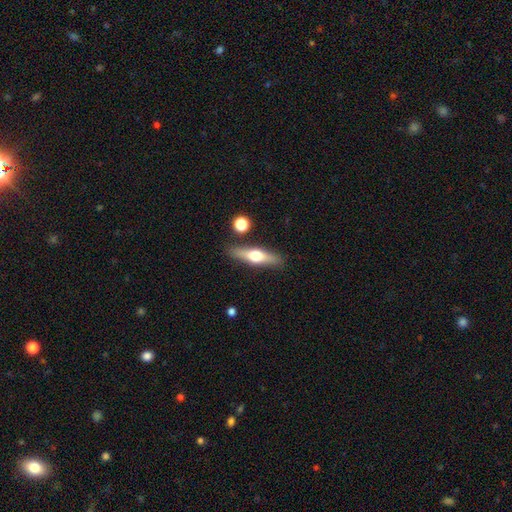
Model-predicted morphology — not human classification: smooth_or_featured: featured or disk (p=0.51) [alt: smooth p=0.43]
disk_edge_on: yes (p=0.92) [alt: no p=0.08]
merging: none (p=0.85) [alt: minor disturbance p=0.09]